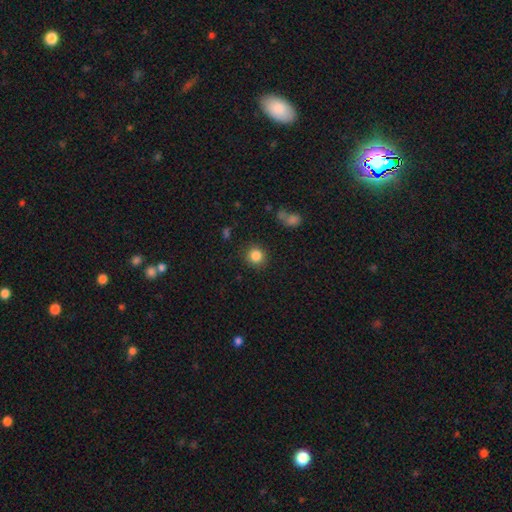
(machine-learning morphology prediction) Smooth or featured? smooth (84%)
How rounded? round (91%)
Merging? none (88%)